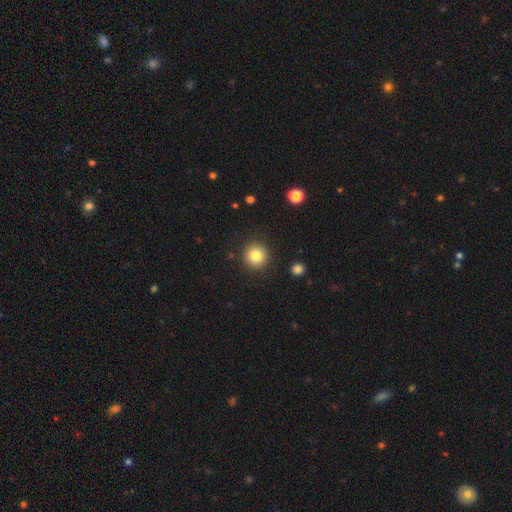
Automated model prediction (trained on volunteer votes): The model was most divided on "smooth or featured": smooth: 82%, star or artifact: 11%, featured or disk: 7%. More confident: how rounded — round (94%); merging — none (91%).